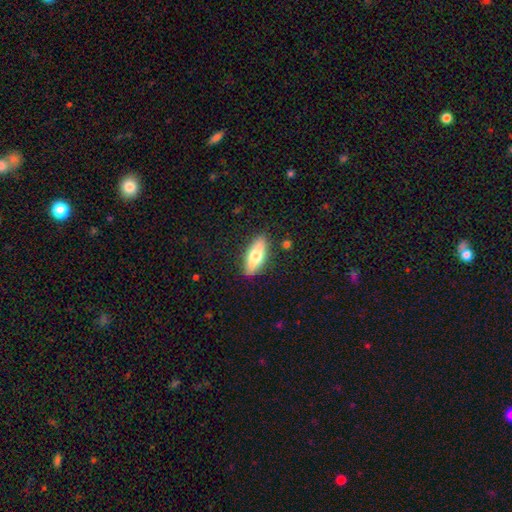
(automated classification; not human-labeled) Smooth or featured?
  - smooth: 69% *
  - featured or disk: 25%
  - star or artifact: 6%
How rounded?
  - in between: 69% *
  - cigar-shaped: 28%
  - round: 3%
Merging?
  - none: 86% *
  - minor disturbance: 10%
  - major disturbance: 2%
  - merger: 2%